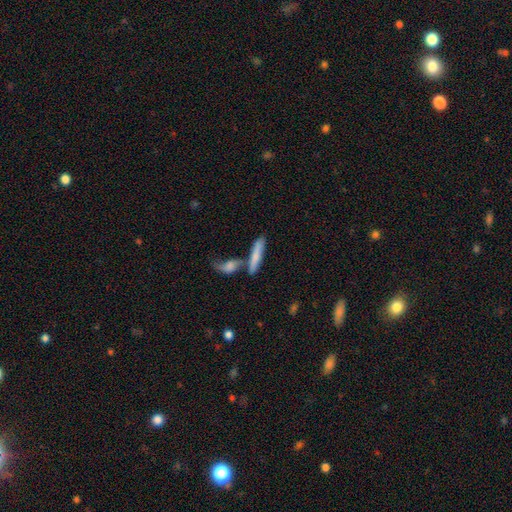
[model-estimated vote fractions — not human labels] Smooth or featured: smooth — 69% (featured or disk — 24%)
How rounded: cigar-shaped — 79% (in between — 18%)
Merging: none — 50% (merger — 32%)